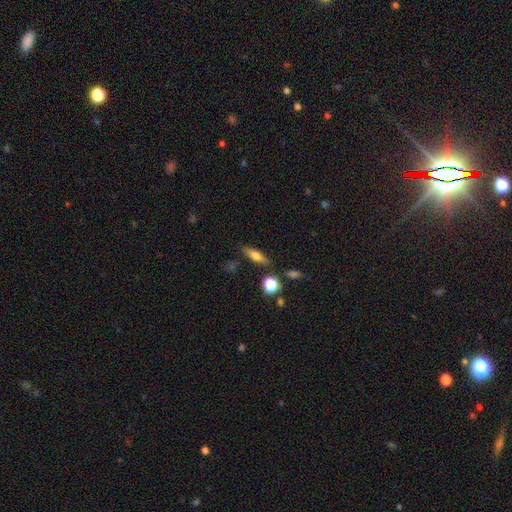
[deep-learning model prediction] This appears to be a smooth galaxy with no disk features (58%) that is cigar-shaped (50%). Merging: none (81%).